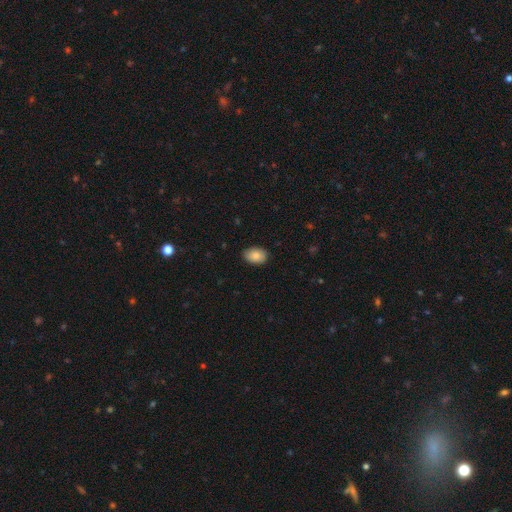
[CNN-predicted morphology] The model was most divided on "how rounded": in between: 84%, round: 15%, cigar-shaped: 1%. More confident: smooth or featured — smooth (87%); merging — none (85%).